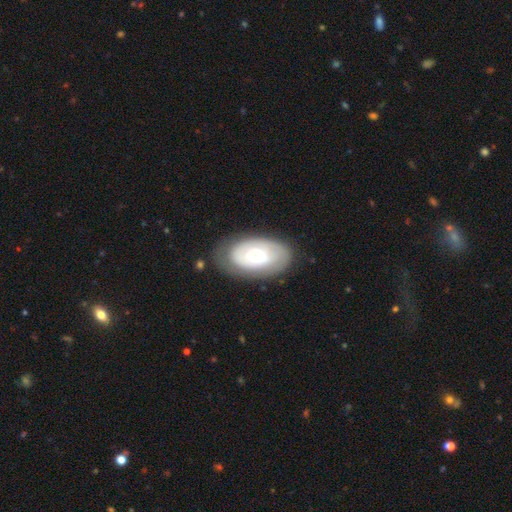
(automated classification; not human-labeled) This is possibly a featured or disk galaxy (53%). It is clearly not viewed edge-on (93%). Merging: likely none (74%).